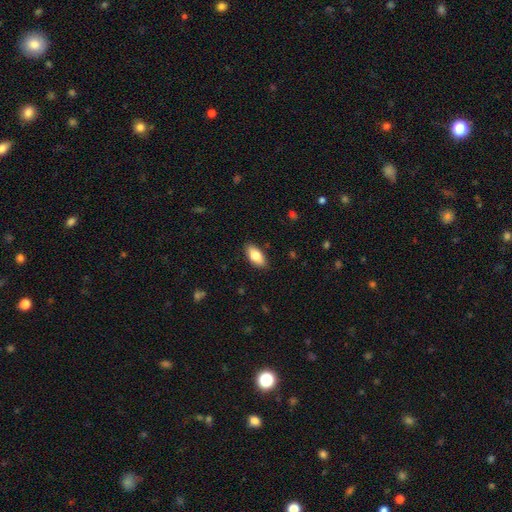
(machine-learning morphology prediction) smooth-or-featured: smooth: 80% | featured or disk: 13% | star or artifact: 7%
  how-rounded: in between: 90% | cigar-shaped: 8% | round: 2%
  merging: none: 88% | minor disturbance: 9% | major disturbance: 2% | merger: 1%